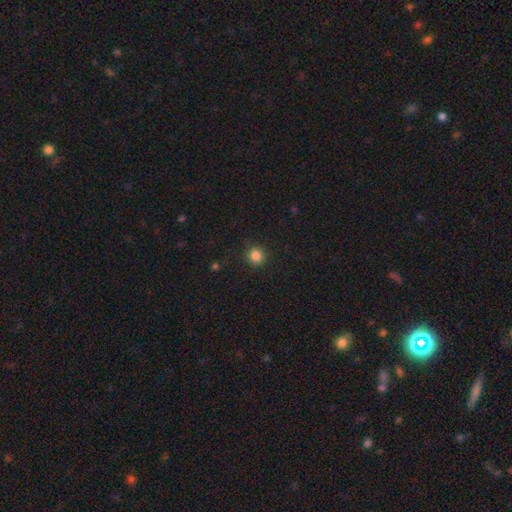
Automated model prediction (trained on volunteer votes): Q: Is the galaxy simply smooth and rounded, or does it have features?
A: smooth — 84%.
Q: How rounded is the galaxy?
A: round — 92%.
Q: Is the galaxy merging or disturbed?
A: none — 90%.